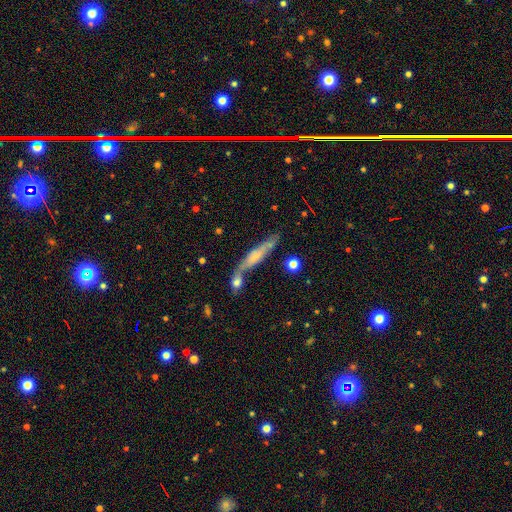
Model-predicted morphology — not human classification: type=featured or disk (47%); merging=none (42%).